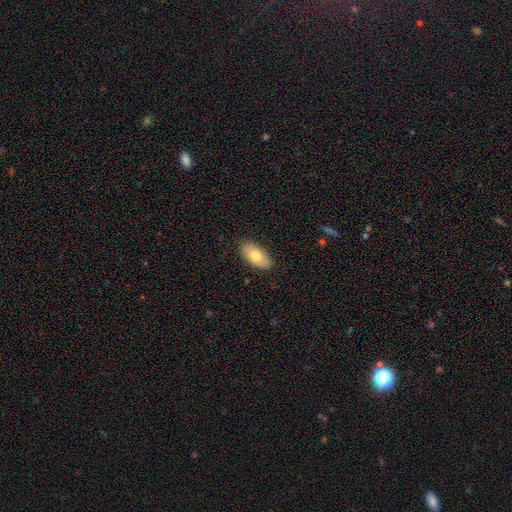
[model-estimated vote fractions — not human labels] Smooth or featured? Predicted: smooth (p=0.76). How rounded? Predicted: in between (p=0.93). Merging? Predicted: none (p=0.87).